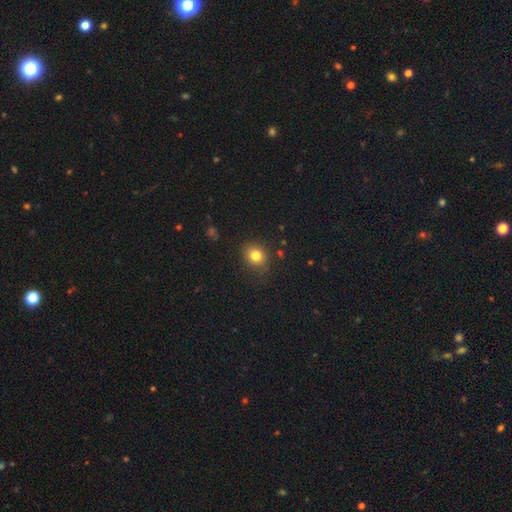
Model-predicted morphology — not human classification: type=smooth (80%); roundness=round (72%); merging=none (82%).